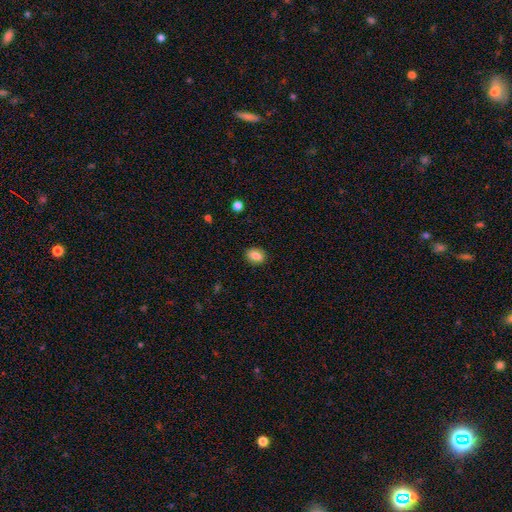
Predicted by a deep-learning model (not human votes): smooth_or_featured: smooth (p=0.83) [alt: star or artifact p=0.09]
how_rounded: in between (p=0.66) [alt: round p=0.33]
merging: none (p=0.88) [alt: minor disturbance p=0.09]